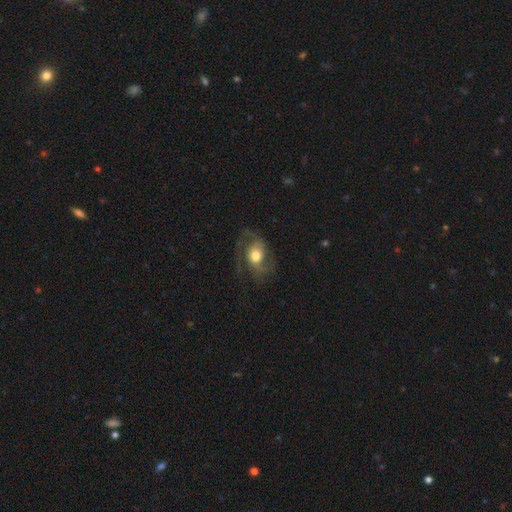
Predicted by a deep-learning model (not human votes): Smooth or featured: featured or disk — 60% (smooth — 32%)
Edge-on disk: no — 96% (yes — 4%)
Bar: no — 70% (weak — 23%)
Spiral arms: yes — 79% (no — 21%)
Bulge size: moderate — 51% (large — 37%)
Merging: none — 50% (major disturbance — 27%)